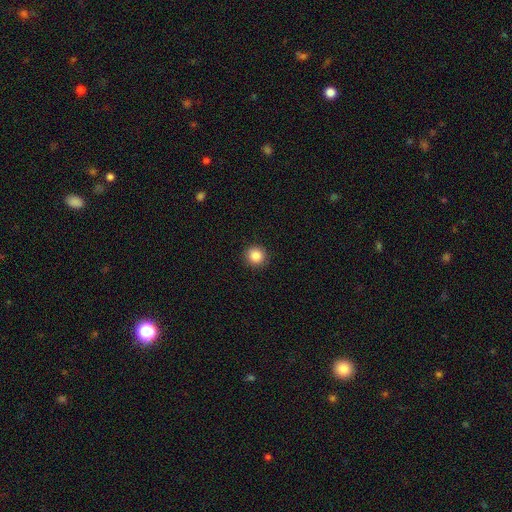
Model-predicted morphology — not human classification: Smooth or featured? smooth (86%)
How rounded? round (94%)
Merging? none (92%)